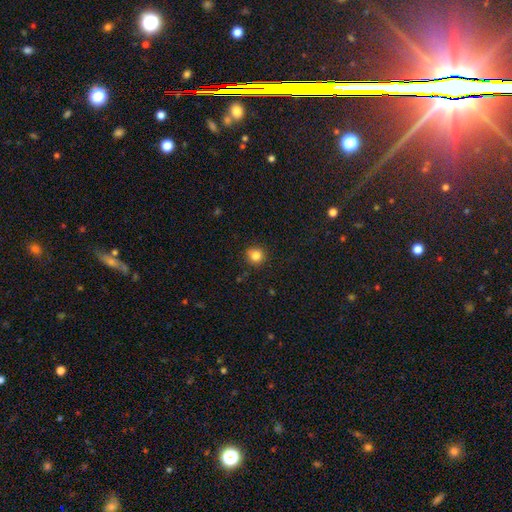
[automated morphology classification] A smooth galaxy with no disk features (83%) that is round (94%). Merging: none (89%).